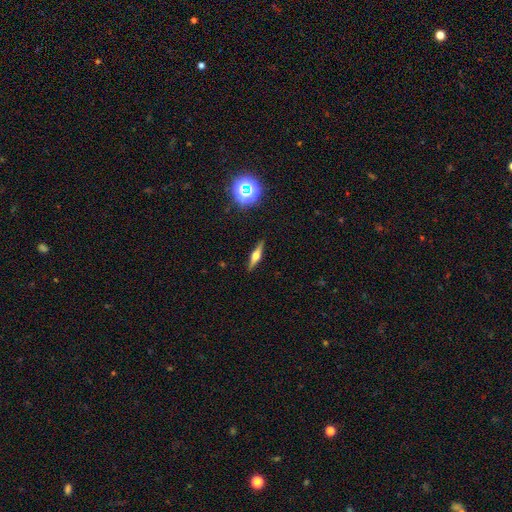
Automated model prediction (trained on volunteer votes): A featured or disk galaxy (64%) viewed edge-on (97%) with a rounded central bulge (90%).

Vote fractions:
- Smooth or featured? featured or disk: 64% / smooth: 26% / star or artifact: 10%
- Edge-on disk? yes: 97% / no: 3%
- Edge-on bulge? rounded: 90% / boxy: 7% / none: 2%
- Merging? none: 90% / minor disturbance: 7% / major disturbance: 2% / merger: 1%